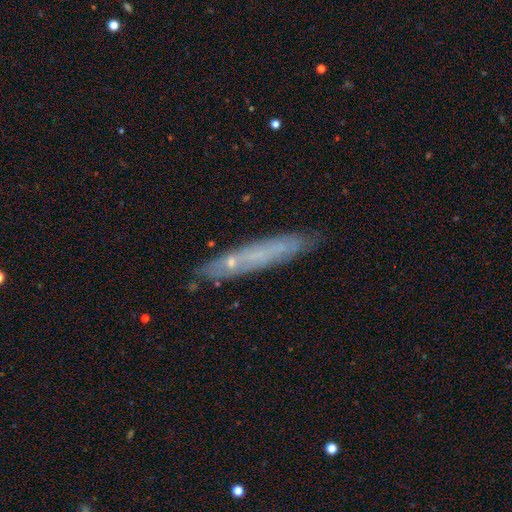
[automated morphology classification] featured or disk 47%, smooth 42%, star or artifact 11%. Down the decision tree: merging — none (82%).